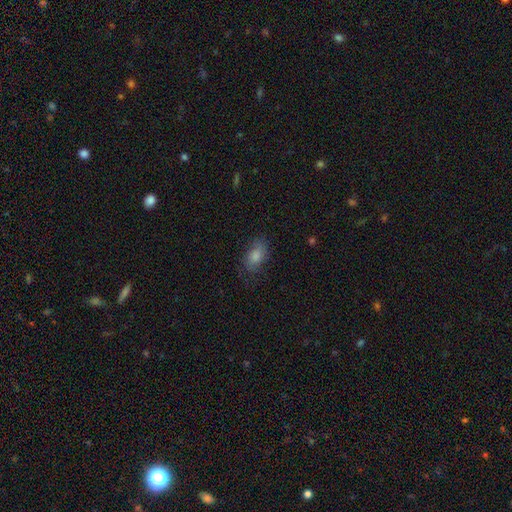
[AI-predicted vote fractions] Q: Smooth or featured?
A: smooth (79%); runner-up: featured or disk (13%)
Q: How rounded?
A: in between (89%); runner-up: round (9%)
Q: Merging?
A: none (69%); runner-up: minor disturbance (21%)